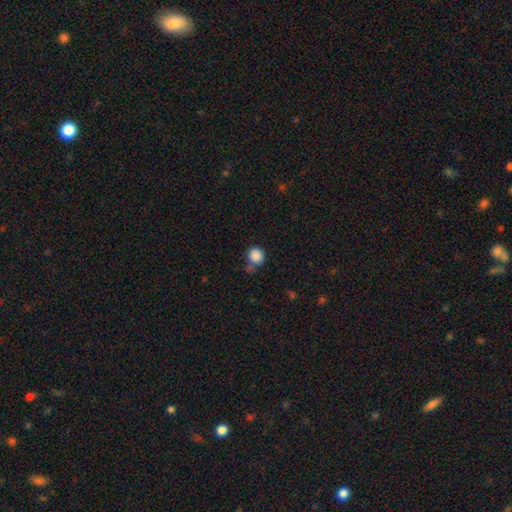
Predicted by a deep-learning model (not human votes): Smooth or featured?
  - smooth: 87% *
  - star or artifact: 9%
  - featured or disk: 3%
How rounded?
  - round: 89% *
  - in between: 10%
  - cigar-shaped: 1%
Merging?
  - none: 62% *
  - minor disturbance: 20%
  - merger: 12%
  - major disturbance: 6%